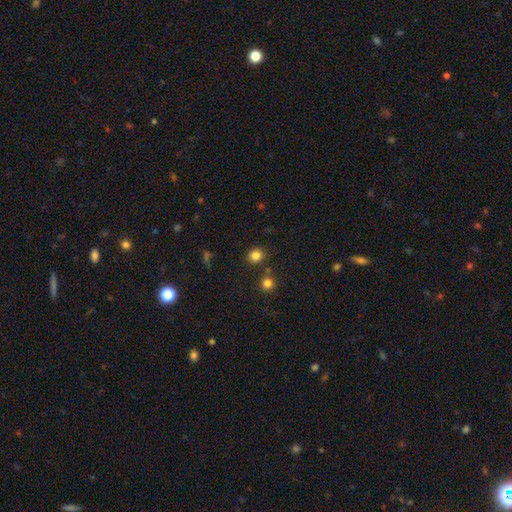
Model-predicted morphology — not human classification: The model was most divided on "how rounded": round: 71%, in between: 28%, cigar-shaped: 1%. More confident: merging — none (82%); smooth or featured — smooth (82%).